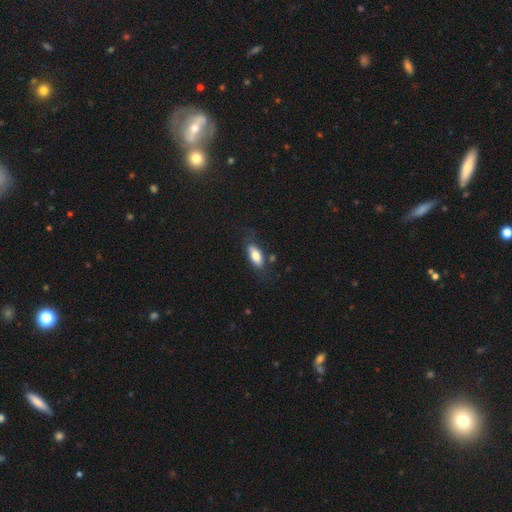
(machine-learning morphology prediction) Smooth or featured?
  - smooth: 77% *
  - featured or disk: 16%
  - star or artifact: 7%
How rounded?
  - in between: 82% *
  - cigar-shaped: 16%
  - round: 3%
Merging?
  - none: 70% *
  - minor disturbance: 19%
  - major disturbance: 7%
  - merger: 3%